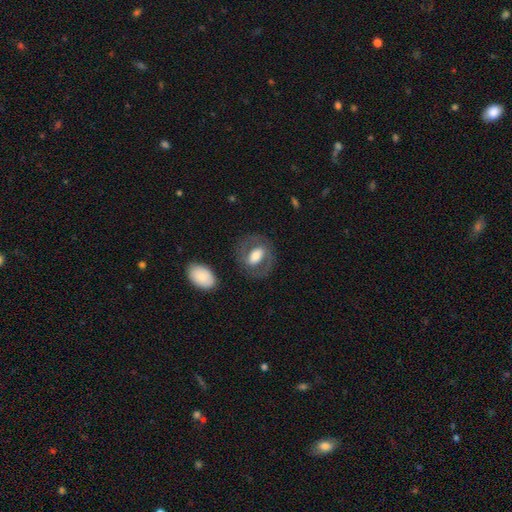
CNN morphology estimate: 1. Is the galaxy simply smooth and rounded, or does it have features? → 59% featured or disk, 35% smooth, 7% star or artifact.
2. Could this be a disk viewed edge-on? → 94% no, 6% yes.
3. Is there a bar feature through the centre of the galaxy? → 38% strong, 34% weak, 28% no.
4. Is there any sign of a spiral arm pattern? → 65% yes, 35% no.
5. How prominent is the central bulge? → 43% moderate, 37% large, 13% small, 5% dominant, 3% none.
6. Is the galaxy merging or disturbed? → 73% none, 14% minor disturbance, 11% major disturbance, 2% merger.